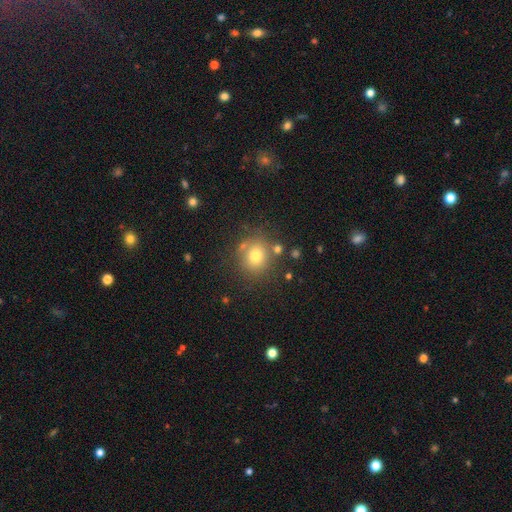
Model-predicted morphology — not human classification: smooth-or-featured: smooth: 74% | star or artifact: 14% | featured or disk: 12%
  how-rounded: round: 85% | in between: 14% | cigar-shaped: 1%
  merging: none: 75% | minor disturbance: 12% | merger: 8% | major disturbance: 5%